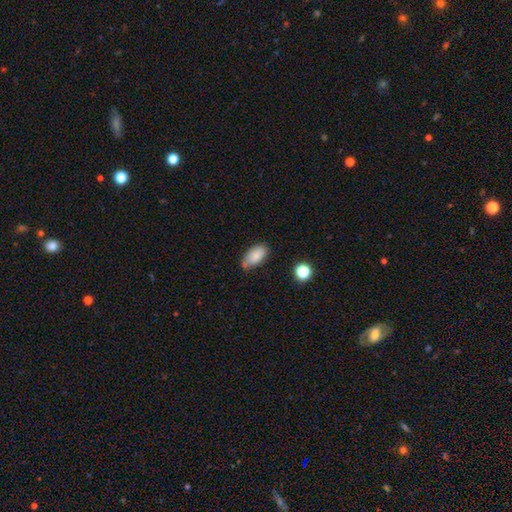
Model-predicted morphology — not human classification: smooth-or-featured: smooth: 81% | featured or disk: 11% | star or artifact: 8%
  how-rounded: in between: 93% | round: 4% | cigar-shaped: 3%
  merging: none: 56% | minor disturbance: 34% | major disturbance: 7% | merger: 4%